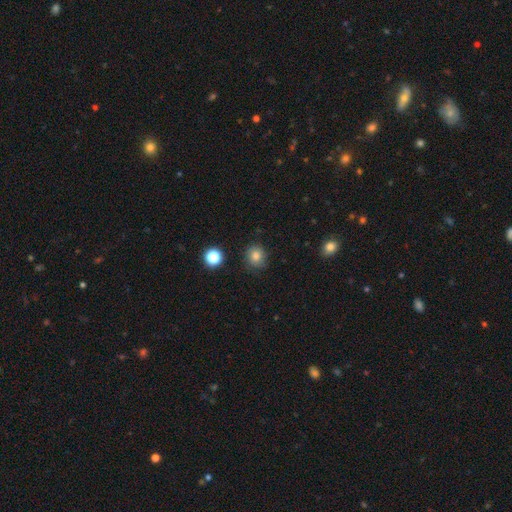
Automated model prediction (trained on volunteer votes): Morphology: type=smooth (75%); roundness=round (84%); merging=none (81%).